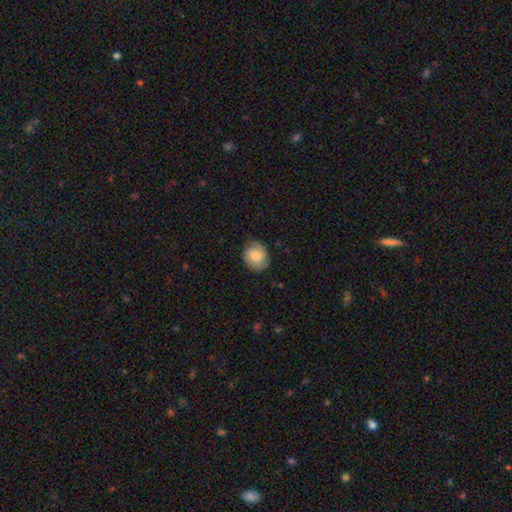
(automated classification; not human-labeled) Smooth or featured?
  - smooth: 77% *
  - featured or disk: 16%
  - star or artifact: 7%
How rounded?
  - round: 66% *
  - in between: 33%
  - cigar-shaped: 1%
Merging?
  - none: 82% *
  - minor disturbance: 14%
  - major disturbance: 3%
  - merger: 1%